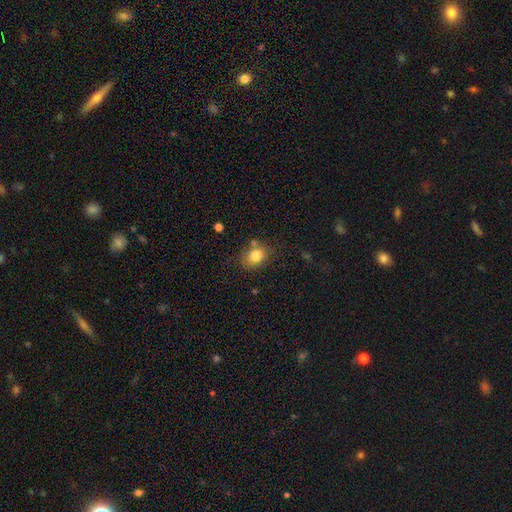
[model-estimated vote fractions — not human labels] Overall: smooth (80%). How rounded: in between (51%; round 48%). Merging: none (69%).